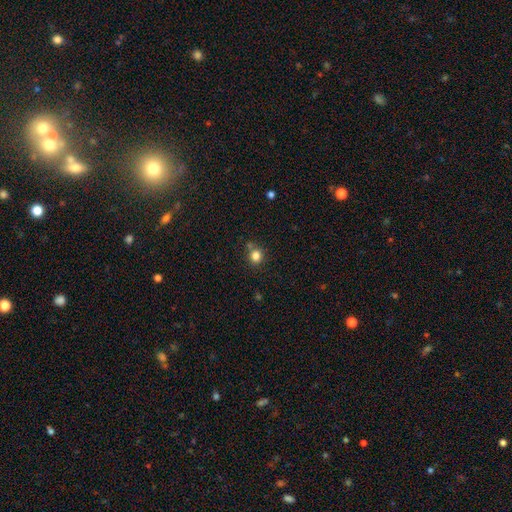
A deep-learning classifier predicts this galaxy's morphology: Smooth or featured?
  - smooth: 82% *
  - star or artifact: 12%
  - featured or disk: 6%
How rounded?
  - round: 84% *
  - in between: 15%
  - cigar-shaped: 1%
Merging?
  - none: 71% *
  - minor disturbance: 14%
  - merger: 11%
  - major disturbance: 4%